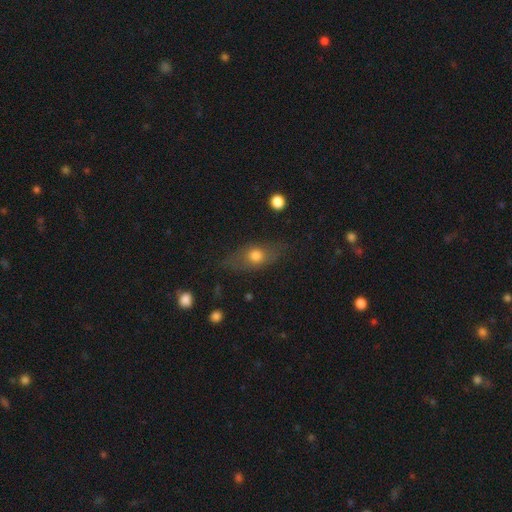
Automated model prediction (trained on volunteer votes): smooth-or-featured: smooth: 61% | featured or disk: 28% | star or artifact: 11%
  how-rounded: in between: 60% | round: 22% | cigar-shaped: 18%
  merging: none: 71% | minor disturbance: 19% | major disturbance: 8% | merger: 2%